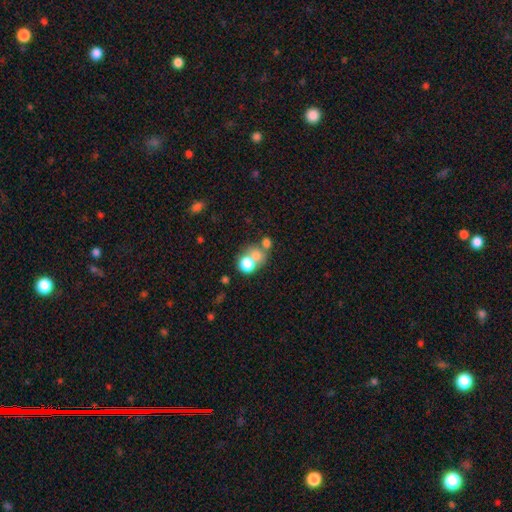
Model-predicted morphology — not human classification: smooth_or_featured: smooth (p=0.69) [alt: featured or disk p=0.17]
how_rounded: round (p=0.68) [alt: in between p=0.31]
merging: merger (p=0.52) [alt: none p=0.33]